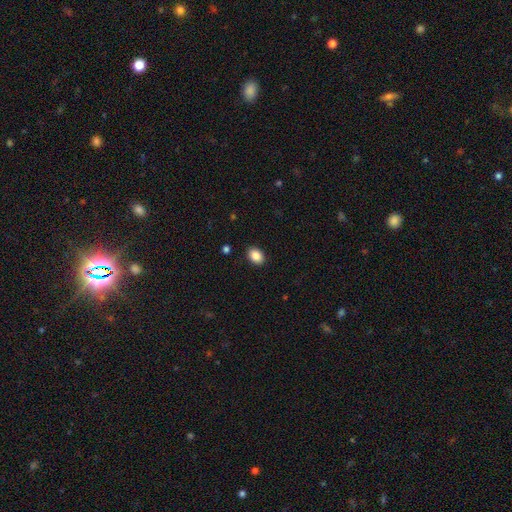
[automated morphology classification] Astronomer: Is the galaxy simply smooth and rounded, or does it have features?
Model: smooth — 87%.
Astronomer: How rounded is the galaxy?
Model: in between — 76%.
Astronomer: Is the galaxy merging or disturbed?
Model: none — 90%.